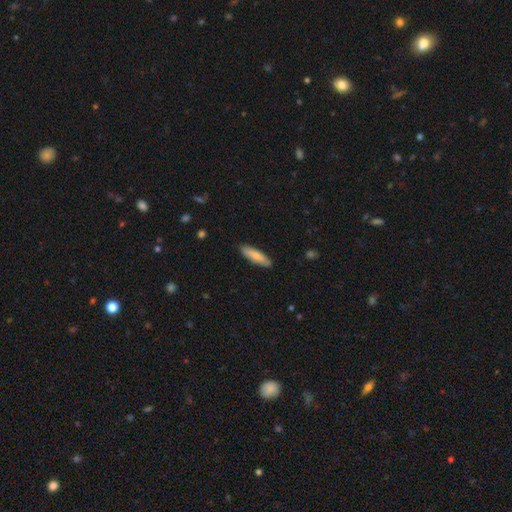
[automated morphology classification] Smooth or featured: smooth — 77% (featured or disk — 18%)
How rounded: cigar-shaped — 63% (in between — 36%)
Merging: none — 87% (minor disturbance — 10%)